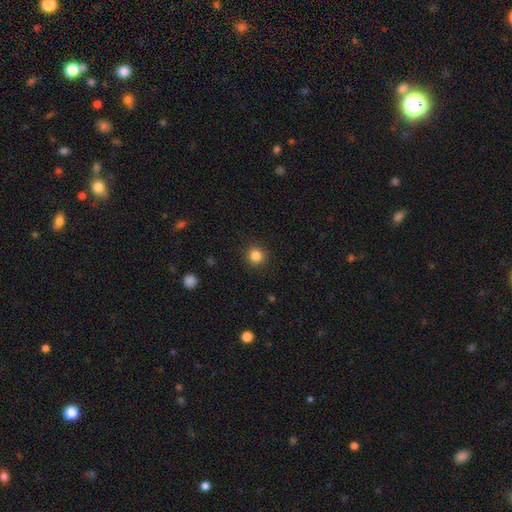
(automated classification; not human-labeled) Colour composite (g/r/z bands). It shows a smooth galaxy with no disk features (84%) that is round (93%). Merging: none (90%).